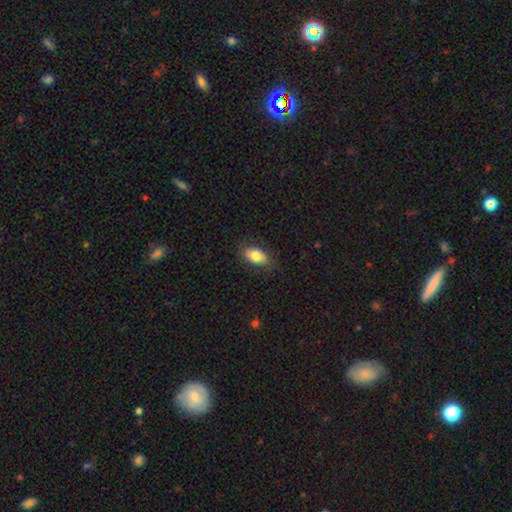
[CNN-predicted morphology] Smooth or featured?
  - smooth: 80% *
  - featured or disk: 13%
  - star or artifact: 7%
How rounded?
  - in between: 90% *
  - round: 7%
  - cigar-shaped: 2%
Merging?
  - none: 81% *
  - minor disturbance: 14%
  - major disturbance: 4%
  - merger: 1%